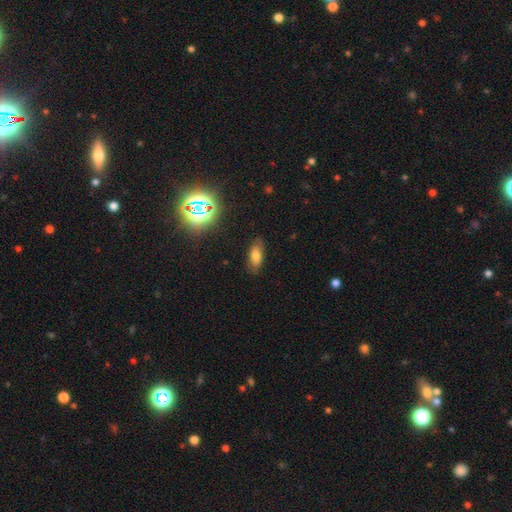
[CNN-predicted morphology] smooth_or_featured: smooth (p=0.72) [alt: star or artifact p=0.14]
how_rounded: in between (p=0.83) [alt: cigar-shaped p=0.13]
merging: none (p=0.82) [alt: minor disturbance p=0.14]